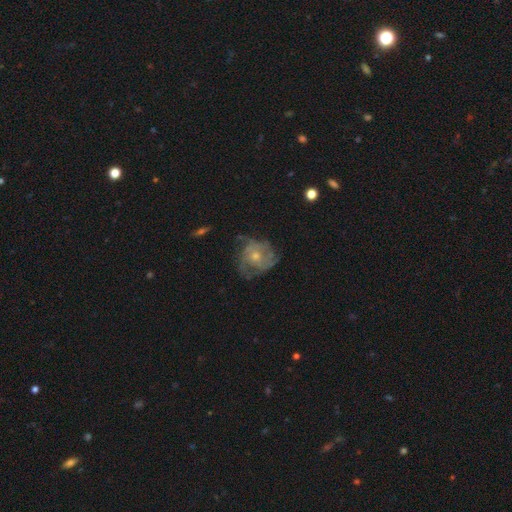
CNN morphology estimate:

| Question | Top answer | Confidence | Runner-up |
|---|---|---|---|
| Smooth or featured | featured or disk | 71% | smooth (21%) |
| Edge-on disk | no | 97% | yes (3%) |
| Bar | no | 84% | weak (14%) |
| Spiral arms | yes | 77% | no (23%) |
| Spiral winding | tight | 47% | medium (37%) |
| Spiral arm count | can't tell | 41% | 3 (21%) |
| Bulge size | moderate | 48% | small (47%) |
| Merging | none | 59% | minor disturbance (24%) |